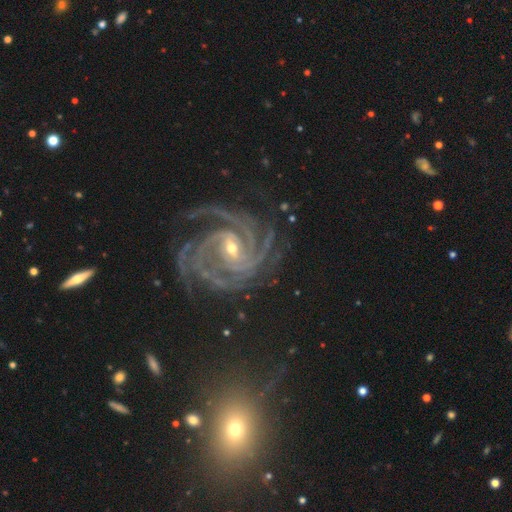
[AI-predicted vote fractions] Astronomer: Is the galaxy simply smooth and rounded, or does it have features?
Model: featured or disk — 90%.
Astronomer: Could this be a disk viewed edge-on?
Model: no — 97%.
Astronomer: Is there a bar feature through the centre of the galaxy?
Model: weak — 40% (runner-up: strong, 35%).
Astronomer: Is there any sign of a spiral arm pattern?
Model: yes — 99%.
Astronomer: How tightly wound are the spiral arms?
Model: tight — 65%.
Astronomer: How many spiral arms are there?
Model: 3 — 28% (runner-up: 4, 24%).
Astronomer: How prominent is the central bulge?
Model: small — 60% (runner-up: moderate, 37%).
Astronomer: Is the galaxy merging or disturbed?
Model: none — 71%.